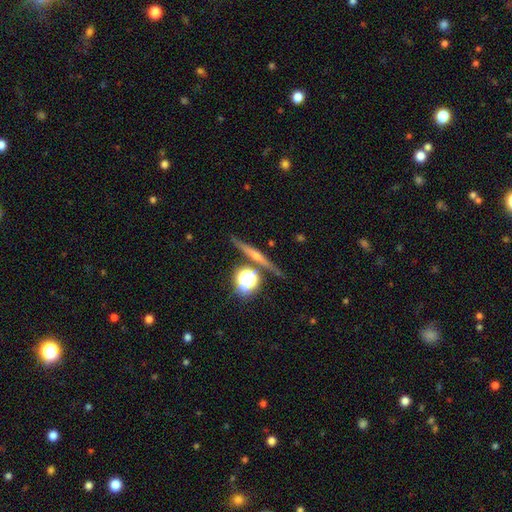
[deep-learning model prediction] Smooth or featured: featured or disk — 63% (smooth — 21%)
Edge-on disk: yes — 96% (no — 4%)
Edge-on bulge: rounded — 72% (none — 20%)
Merging: none — 85% (minor disturbance — 8%)